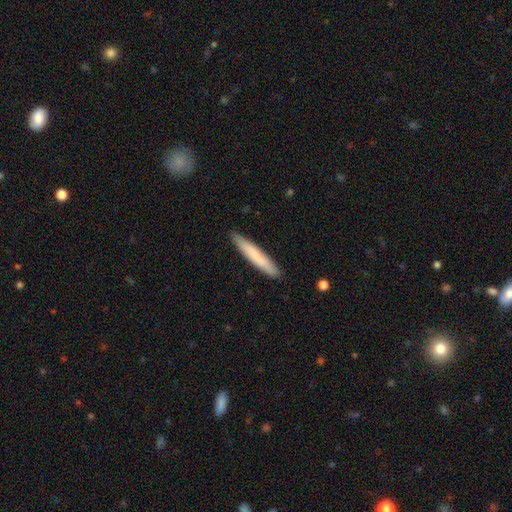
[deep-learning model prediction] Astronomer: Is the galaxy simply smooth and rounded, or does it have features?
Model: smooth — 75%.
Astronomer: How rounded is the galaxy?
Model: cigar-shaped — 94%.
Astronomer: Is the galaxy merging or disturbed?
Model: none — 89%.